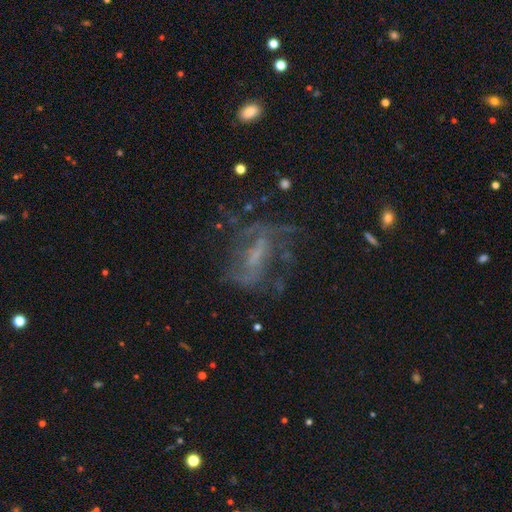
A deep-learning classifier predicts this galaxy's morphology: smooth-or-featured: featured or disk: 66% | star or artifact: 18% | smooth: 16%
  disk-edge-on: no: 93% | yes: 7%
    bar: weak: 42% | no: 36% | strong: 21%
    has-spiral-arms: yes: 68% | no: 32%
    bulge-size: small: 39% | none: 33% | moderate: 23% | large: 4% | dominant: 1%
  merging: none: 51% | major disturbance: 28% | minor disturbance: 18% | merger: 3%